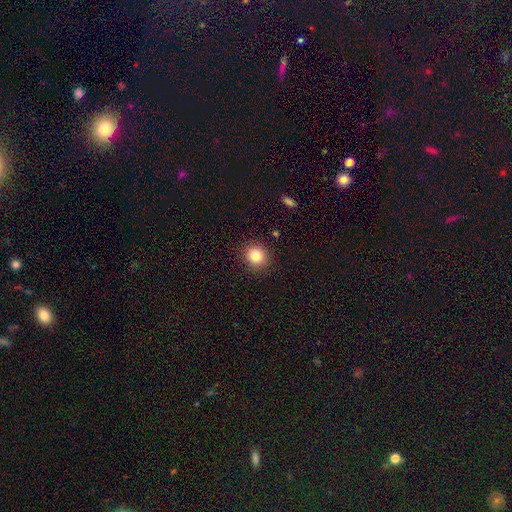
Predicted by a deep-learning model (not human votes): Q: Smooth or featured?
A: smooth (83%); runner-up: star or artifact (10%)
Q: How rounded?
A: round (85%); runner-up: in between (14%)
Q: Merging?
A: none (90%); runner-up: minor disturbance (7%)